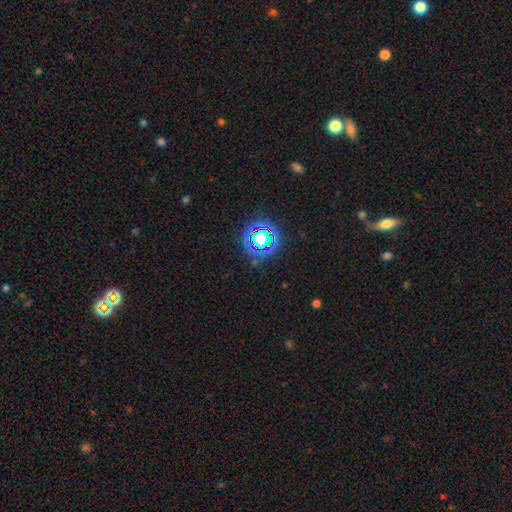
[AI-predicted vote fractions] Morphology: type=star or artifact (68%).